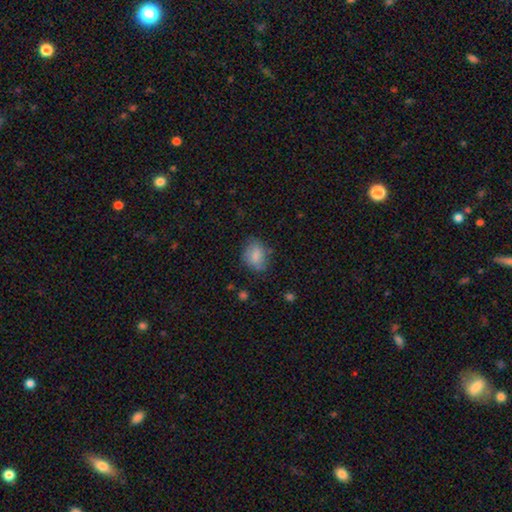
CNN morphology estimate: Overall: smooth (77%). How rounded: in between (59%; round 39%). Merging: none (66%).